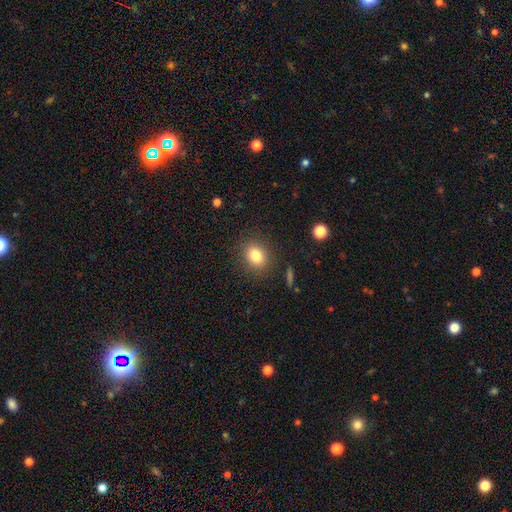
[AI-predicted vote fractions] A smooth galaxy with no disk features (82%) that is in between round and cigar-shaped (54%).

Vote fractions:
- Smooth or featured? smooth: 82% / star or artifact: 10% / featured or disk: 8%
- How rounded? in between: 54% / round: 45% / cigar-shaped: 1%
- Merging? none: 85% / minor disturbance: 10% / major disturbance: 3% / merger: 1%